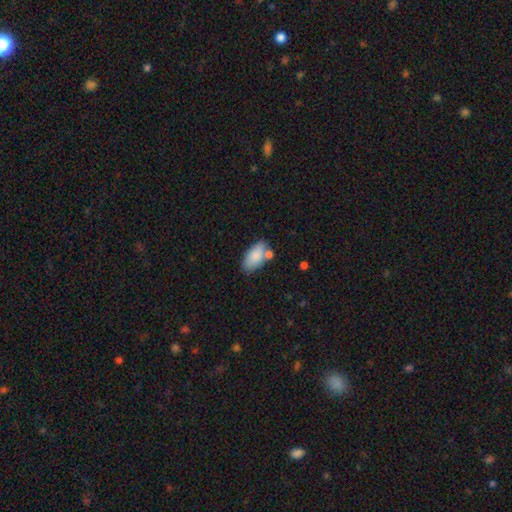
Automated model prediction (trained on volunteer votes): A smooth galaxy with no disk features (85%) that is in between round and cigar-shaped (93%).

Vote fractions:
- Smooth or featured? smooth: 85% / featured or disk: 9% / star or artifact: 7%
- How rounded? in between: 93% / cigar-shaped: 4% / round: 3%
- Merging? none: 62% / merger: 17% / minor disturbance: 16% / major disturbance: 4%